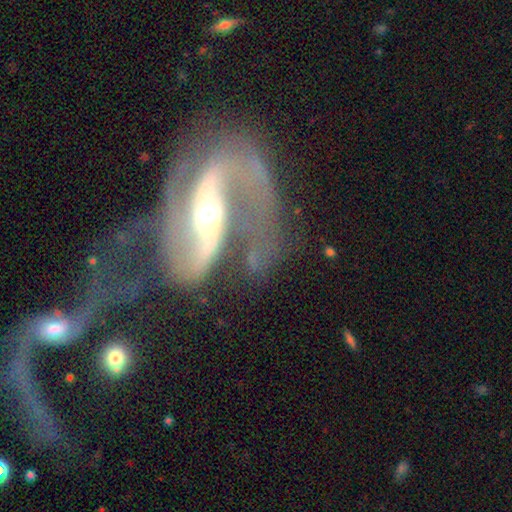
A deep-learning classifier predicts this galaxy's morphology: Smooth or featured? featured or disk (86%)
Edge-on disk? no (95%)
Bar? strong (43%)
Spiral arms? yes (93%)
Spiral winding? loose (52%)
Spiral arm count? 2 (86%)
Bulge size? moderate (66%)
Merging? none (48%)